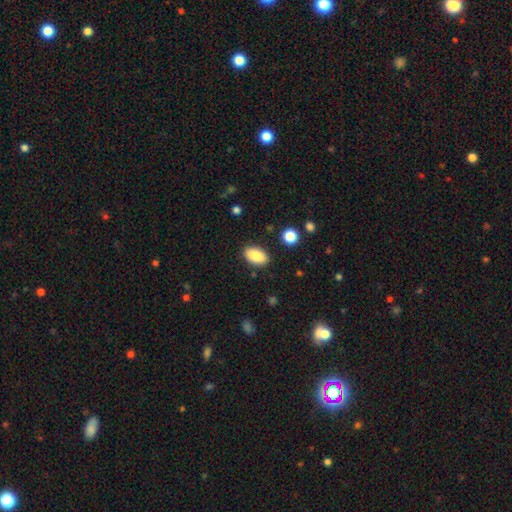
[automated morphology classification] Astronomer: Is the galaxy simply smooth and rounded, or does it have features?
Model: smooth — 86%.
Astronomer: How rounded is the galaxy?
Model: in between — 92%.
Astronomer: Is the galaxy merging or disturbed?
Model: none — 87%.